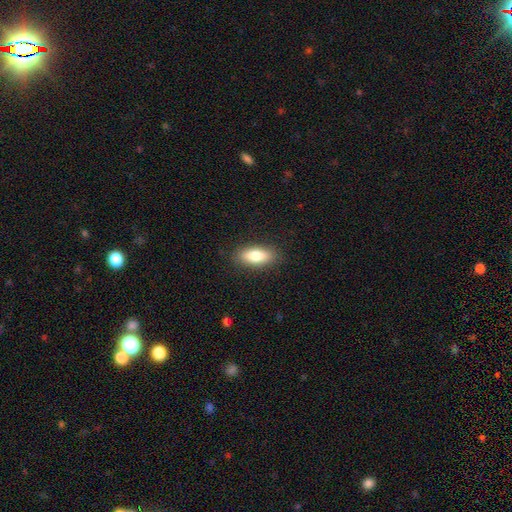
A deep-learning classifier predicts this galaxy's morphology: type=smooth (80%); roundness=in between (78%); merging=none (87%).